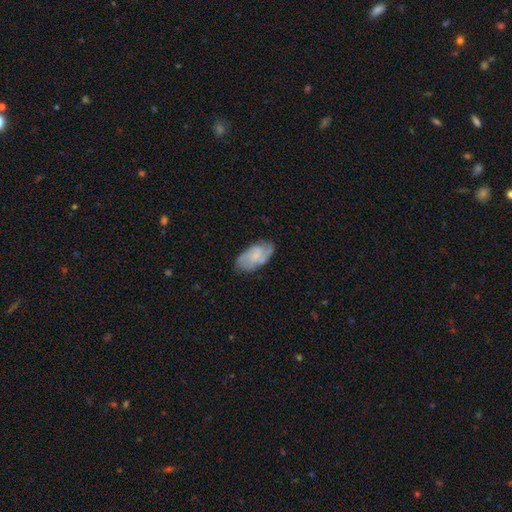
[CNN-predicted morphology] smooth_or_featured: featured or disk (p=0.52) [alt: smooth p=0.40]
disk_edge_on: no (p=0.95) [alt: yes p=0.05]
bar: no (p=0.59) [alt: weak p=0.34]
has_spiral_arms: yes (p=0.85) [alt: no p=0.15]
bulge_size: small (p=0.41) [alt: none p=0.38]
merging: none (p=0.72) [alt: minor disturbance p=0.21]